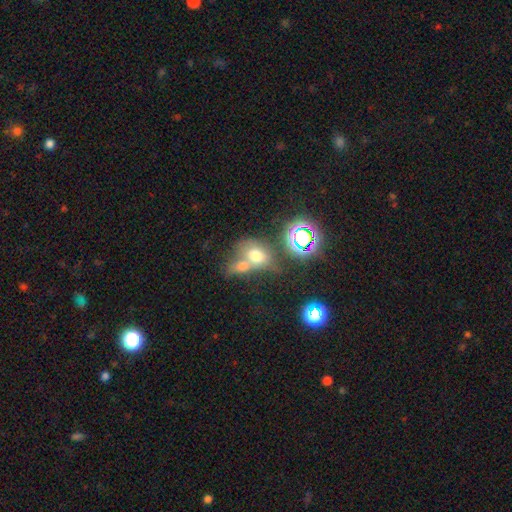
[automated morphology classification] smooth 62%, star or artifact 21%, featured or disk 17%. Down the decision tree: how rounded — in between (56%); merging — merger (55%).